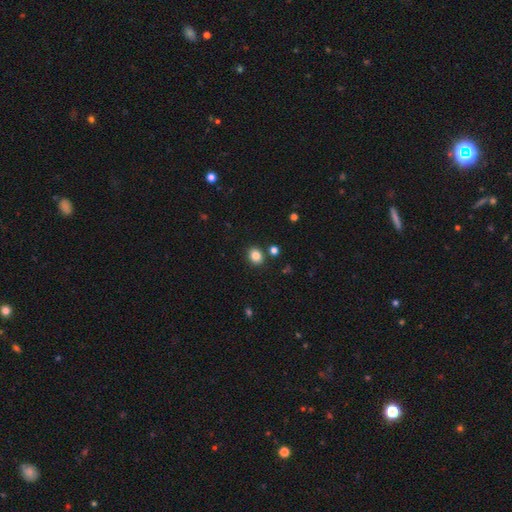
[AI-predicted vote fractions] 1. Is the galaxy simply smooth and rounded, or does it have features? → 84% smooth, 11% star or artifact, 5% featured or disk.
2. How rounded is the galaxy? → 58% round, 41% in between, 1% cigar-shaped.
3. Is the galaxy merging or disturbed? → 86% none, 7% minor disturbance, 4% merger, 2% major disturbance.